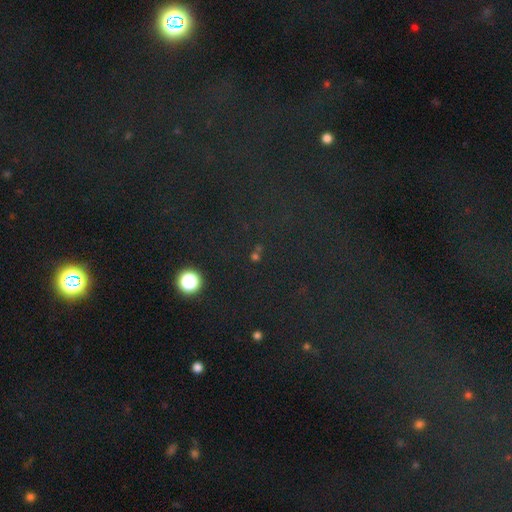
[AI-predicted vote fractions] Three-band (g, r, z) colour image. It shows a star or artifact, not a galaxy (60%).